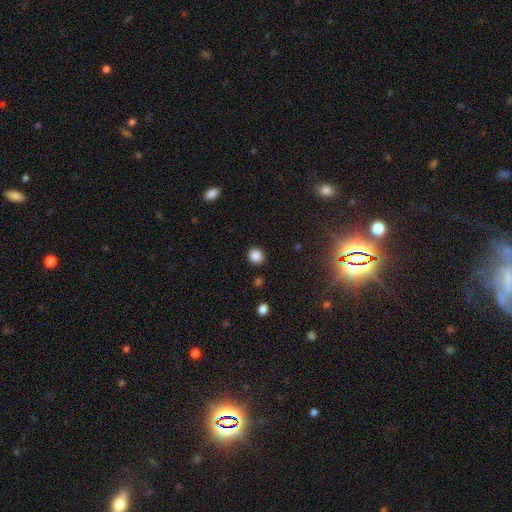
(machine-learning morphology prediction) Overall: smooth (85%). How rounded: round (73%). Merging: none (88%).